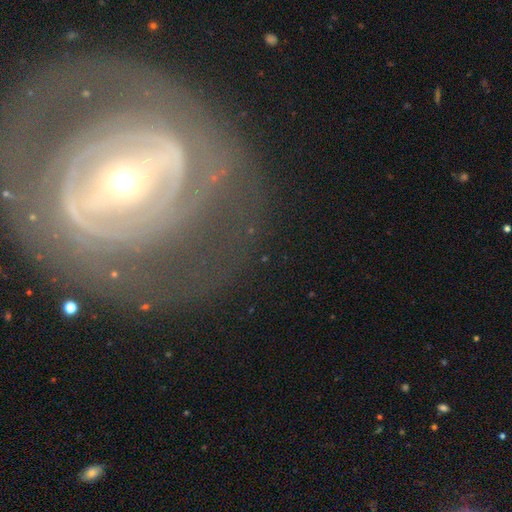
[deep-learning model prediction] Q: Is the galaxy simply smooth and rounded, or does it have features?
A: featured or disk — 79%.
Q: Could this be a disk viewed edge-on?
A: no — 94%.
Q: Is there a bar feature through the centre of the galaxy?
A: strong — 38%.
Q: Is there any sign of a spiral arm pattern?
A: yes — 72%.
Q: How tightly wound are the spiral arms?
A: tight — 66%.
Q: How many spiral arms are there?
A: can't tell — 41%.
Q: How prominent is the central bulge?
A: small — 55%.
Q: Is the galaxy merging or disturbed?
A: none — 65%.